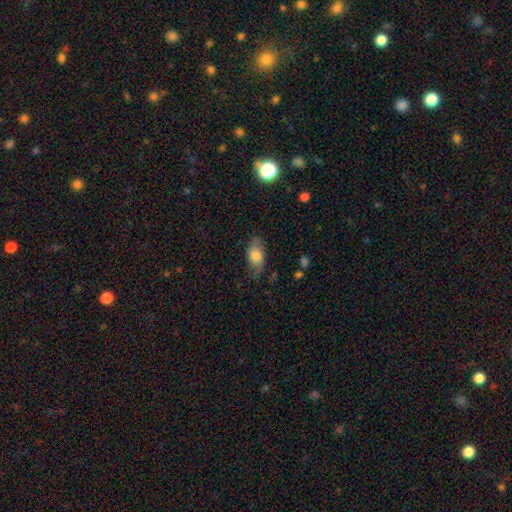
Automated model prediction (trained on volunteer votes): smooth-or-featured: smooth: 72% | featured or disk: 21% | star or artifact: 7%
  how-rounded: in between: 89% | round: 7% | cigar-shaped: 4%
  merging: none: 69% | minor disturbance: 23% | major disturbance: 7% | merger: 1%